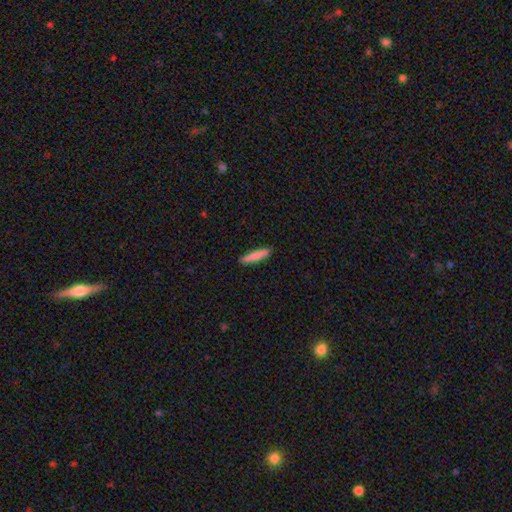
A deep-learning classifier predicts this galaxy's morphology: smooth_or_featured: smooth (p=0.84) [alt: featured or disk p=0.10]
how_rounded: cigar-shaped (p=0.87) [alt: in between p=0.12]
merging: none (p=0.91) [alt: minor disturbance p=0.07]